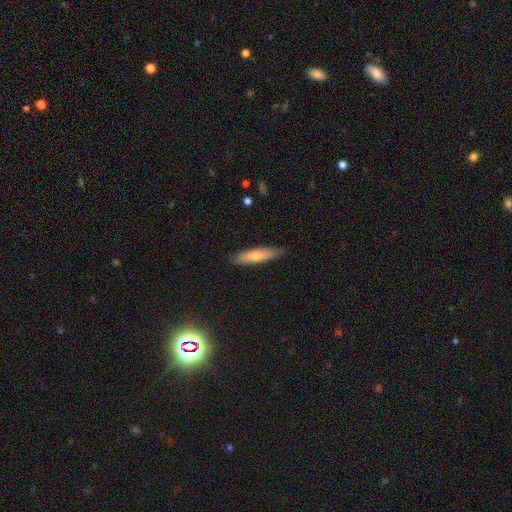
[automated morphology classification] Overall: smooth (53%; featured or disk 37%). How rounded: cigar-shaped (85%). Merging: none (86%).